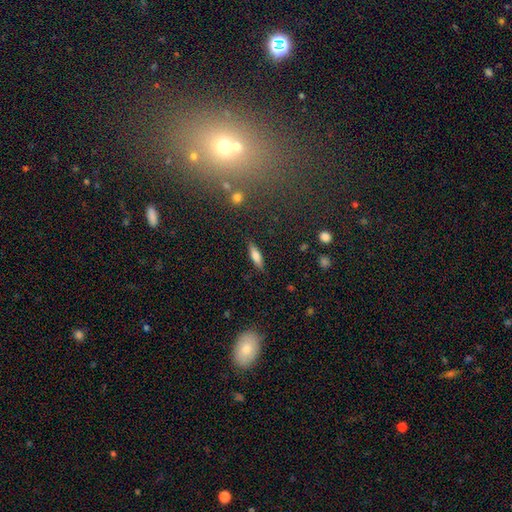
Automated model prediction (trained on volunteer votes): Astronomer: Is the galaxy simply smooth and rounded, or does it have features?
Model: smooth — 67%.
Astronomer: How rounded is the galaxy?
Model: cigar-shaped — 60% (runner-up: in between, 38%).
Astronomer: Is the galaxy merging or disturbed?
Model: none — 87%.